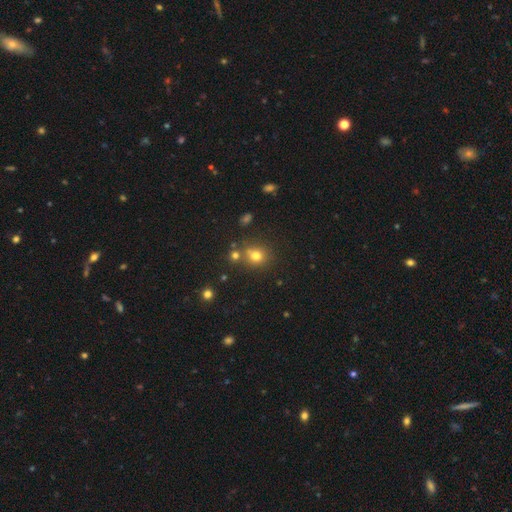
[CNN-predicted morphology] This is likely a smooth galaxy (74%). How rounded: likely round (79%). Merging: likely none (68%).